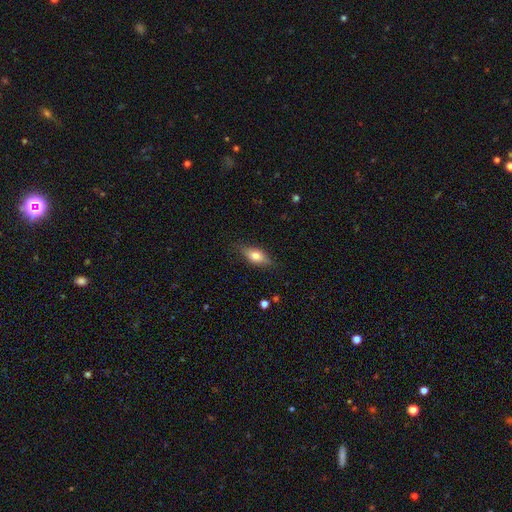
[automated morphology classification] Smooth or featured? smooth (63%)
How rounded? in between (76%)
Merging? none (80%)